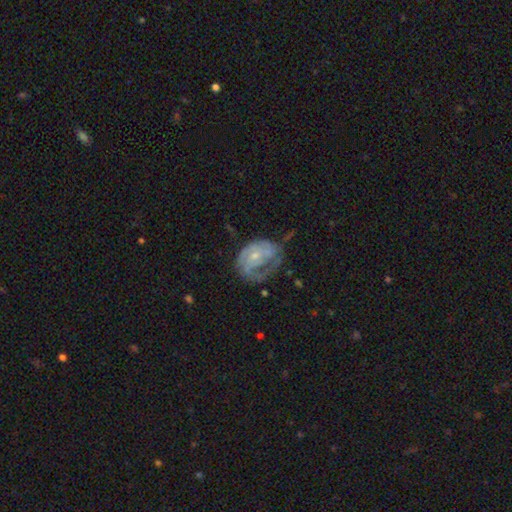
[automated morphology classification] Smooth or featured?
  - featured or disk: 72% *
  - smooth: 22%
  - star or artifact: 7%
Edge-on disk?
  - no: 97% *
  - yes: 3%
Bar?
  - no: 68% *
  - weak: 27%
  - strong: 5%
Spiral arms?
  - yes: 79% *
  - no: 21%
Spiral winding?
  - tight: 49% *
  - medium: 34%
  - loose: 17%
Spiral arm count?
  - can't tell: 31% *
  - 2: 29%
  - 1: 27%
  - 3: 8%
  - 4: 3%
  - more than 4: 2%
Bulge size?
  - small: 67% *
  - moderate: 26%
  - none: 4%
  - large: 2%
  - dominant: 1%
Merging?
  - major disturbance: 36% * (tied)
  - none: 36% * (tied)
  - minor disturbance: 25%
  - merger: 3%